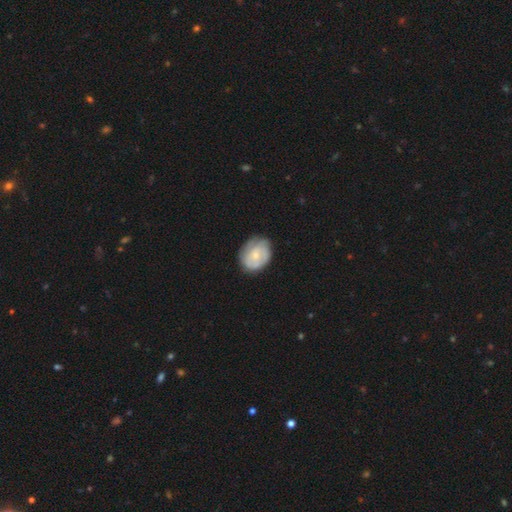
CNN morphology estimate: Smooth or featured?
  - smooth: 52% *
  - featured or disk: 42%
  - star or artifact: 6%
How rounded?
  - round: 53% *
  - in between: 46%
  - cigar-shaped: 1%
Merging?
  - none: 68% *
  - minor disturbance: 24%
  - major disturbance: 6%
  - merger: 1%